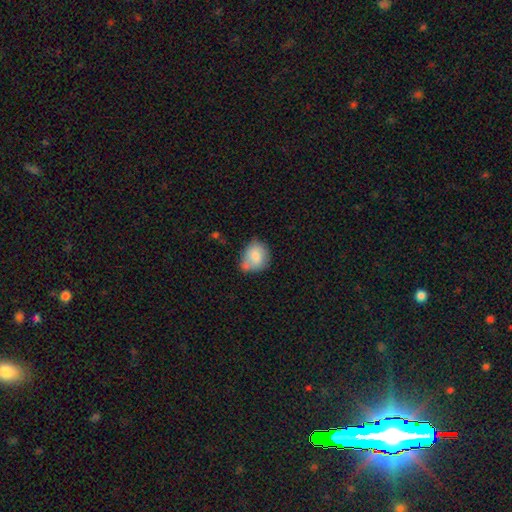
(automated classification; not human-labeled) Smooth or featured?
  - smooth: 80% *
  - featured or disk: 13%
  - star or artifact: 8%
How rounded?
  - round: 52% *
  - in between: 47%
  - cigar-shaped: 1%
Merging?
  - none: 44% *
  - minor disturbance: 31%
  - merger: 17%
  - major disturbance: 8%